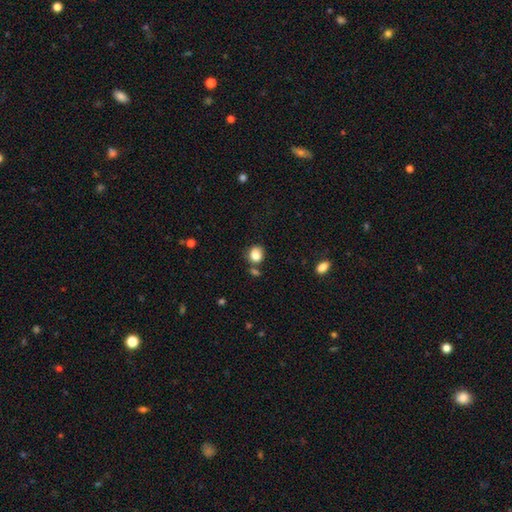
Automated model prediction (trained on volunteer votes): The model was most divided on "how rounded": round: 74%, in between: 25%, cigar-shaped: 1%. More confident: smooth or featured — smooth (85%); merging — none (66%).